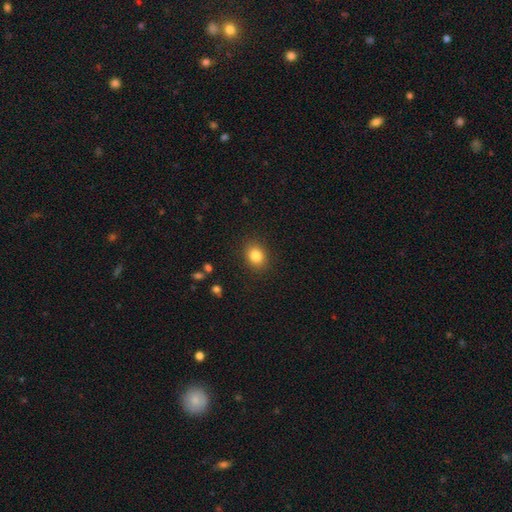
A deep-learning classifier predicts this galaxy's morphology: Q: Smooth or featured?
A: smooth (84%); runner-up: star or artifact (10%)
Q: How rounded?
A: round (53%); runner-up: in between (46%)
Q: Merging?
A: none (88%); runner-up: minor disturbance (8%)